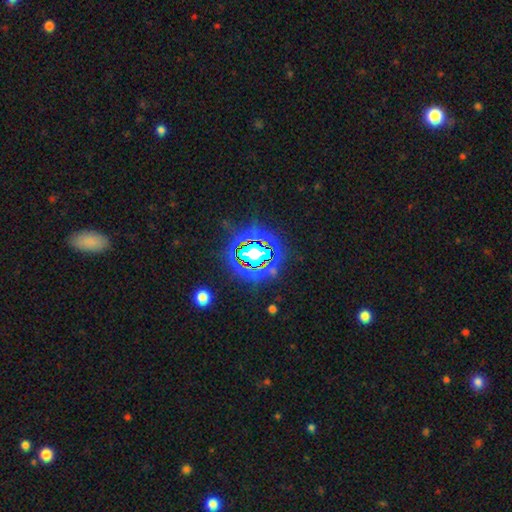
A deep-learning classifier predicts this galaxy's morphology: Smooth or featured?
  - star or artifact: 74% *
  - smooth: 14%
  - featured or disk: 12%